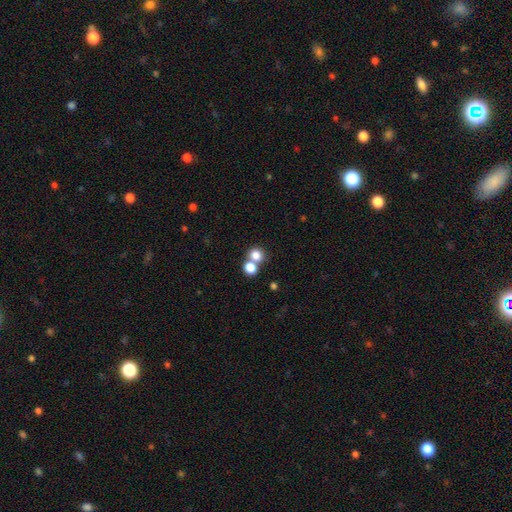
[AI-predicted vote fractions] Smooth or featured?
  - smooth: 80% *
  - star or artifact: 13%
  - featured or disk: 8%
How rounded?
  - round: 78% *
  - in between: 21%
  - cigar-shaped: 1%
Merging?
  - none: 48% *
  - merger: 42%
  - minor disturbance: 6%
  - major disturbance: 3%